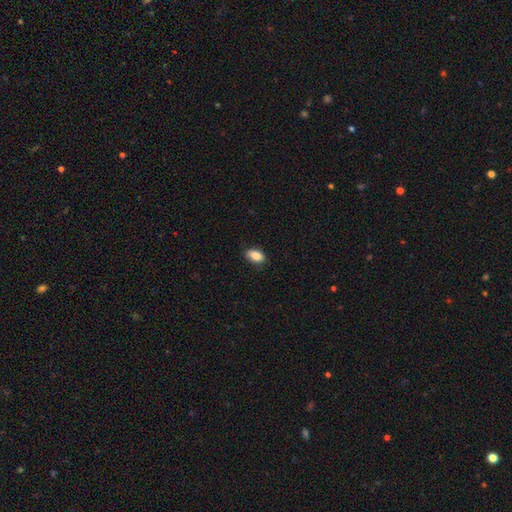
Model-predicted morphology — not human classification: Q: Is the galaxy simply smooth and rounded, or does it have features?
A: smooth — 86%.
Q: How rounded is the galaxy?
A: in between — 89%.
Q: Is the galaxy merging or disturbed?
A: none — 82%.